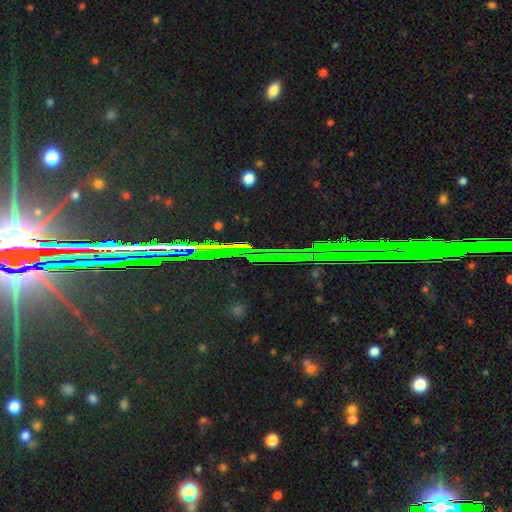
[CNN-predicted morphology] This is clearly a star or artifact rather than a galaxy (81%).